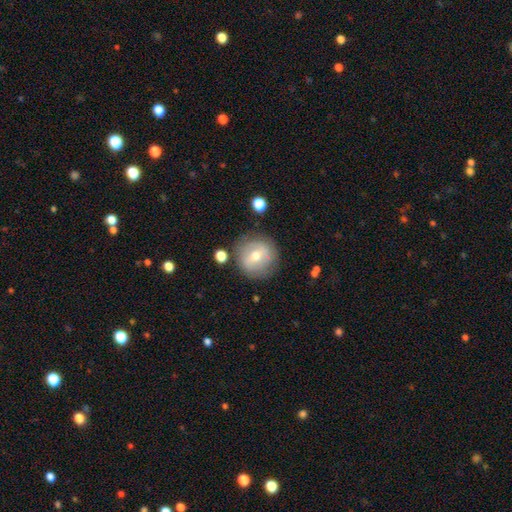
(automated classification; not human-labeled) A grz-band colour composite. It shows a smooth galaxy with no disk features (52%) that is round (91%). Merging: none (78%).